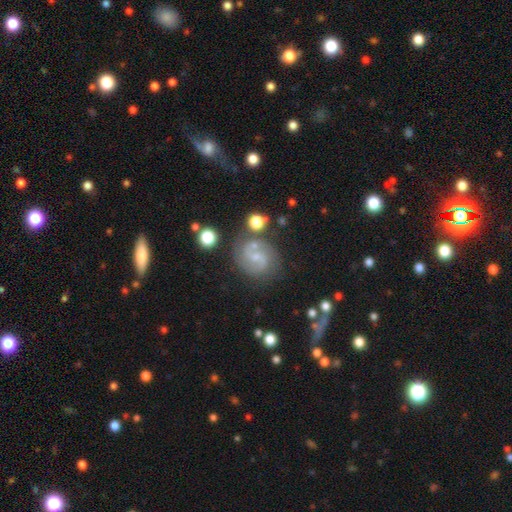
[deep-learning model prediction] Smooth or featured?
  - featured or disk: 74% *
  - smooth: 17%
  - star or artifact: 9%
Edge-on disk?
  - no: 98% *
  - yes: 2%
Bar?
  - weak: 47% *
  - no: 41%
  - strong: 11%
Spiral arms?
  - yes: 93% *
  - no: 7%
Spiral winding?
  - medium: 52% *
  - tight: 26%
  - loose: 22%
Spiral arm count?
  - 2: 85% *
  - can't tell: 7%
  - 3: 3%
  - 1: 2%
  - 4: 1%
  - more than 4: 1%
Bulge size?
  - small: 68% *
  - moderate: 23%
  - none: 7%
  - large: 1%
  - dominant: 1%
Merging?
  - none: 69% *
  - minor disturbance: 15%
  - merger: 10%
  - major disturbance: 6%